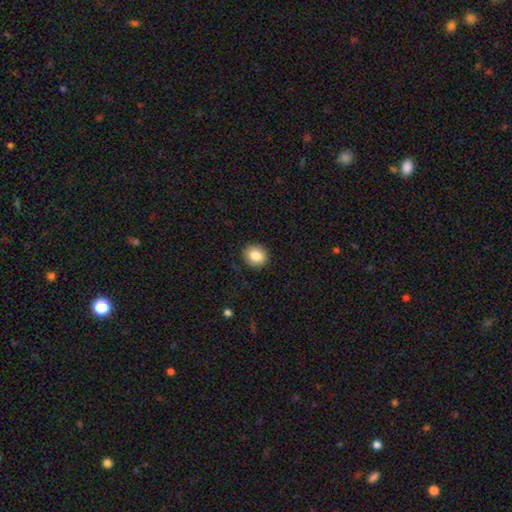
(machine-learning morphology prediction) The model was most divided on "how rounded": round: 75%, in between: 24%, cigar-shaped: 1%. More confident: merging — none (90%); smooth or featured — smooth (85%).